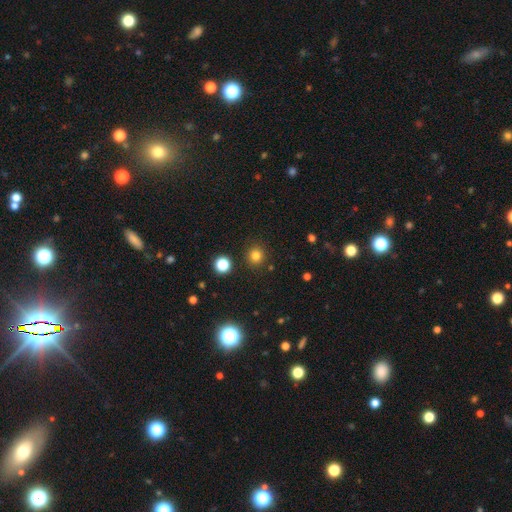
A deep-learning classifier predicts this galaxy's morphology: Smooth or featured: smooth — 80% (star or artifact — 15%)
How rounded: round — 92% (in between — 7%)
Merging: none — 89% (minor disturbance — 6%)